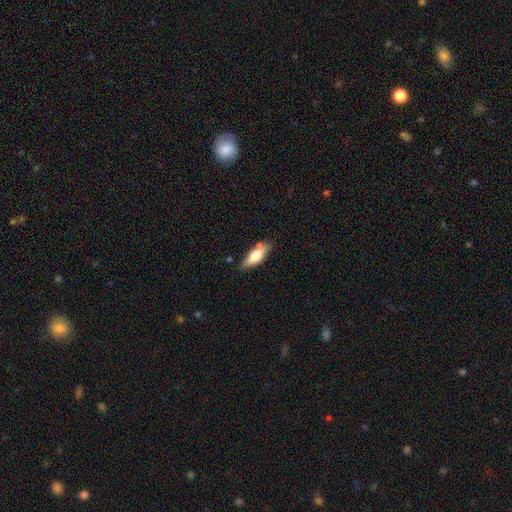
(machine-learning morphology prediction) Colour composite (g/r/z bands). It shows a smooth galaxy with no disk features (69%) that is in between round and cigar-shaped (70%). Merging: none (71%).